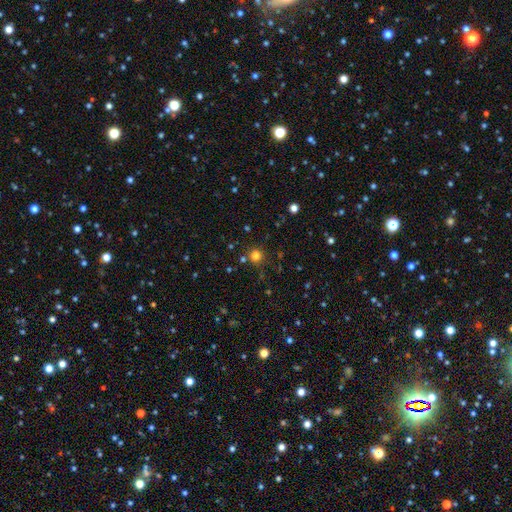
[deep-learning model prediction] The model was most divided on "smooth or featured": smooth: 77%, star or artifact: 18%, featured or disk: 5%. More confident: how rounded — round (94%); merging — none (85%).